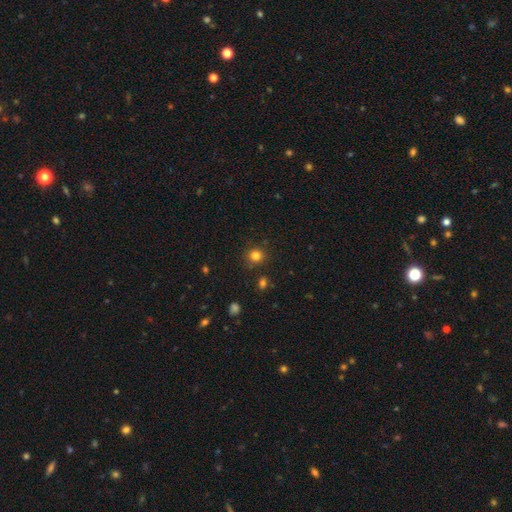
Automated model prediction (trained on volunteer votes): A smooth galaxy with no disk features (80%) that is round (90%). Merging: none (87%).